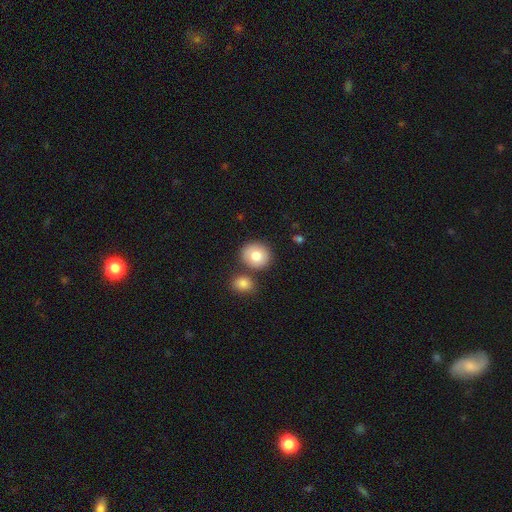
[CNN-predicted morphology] This appears to be a smooth galaxy with no disk features (80%) that is round (82%). Merging: none (72%).